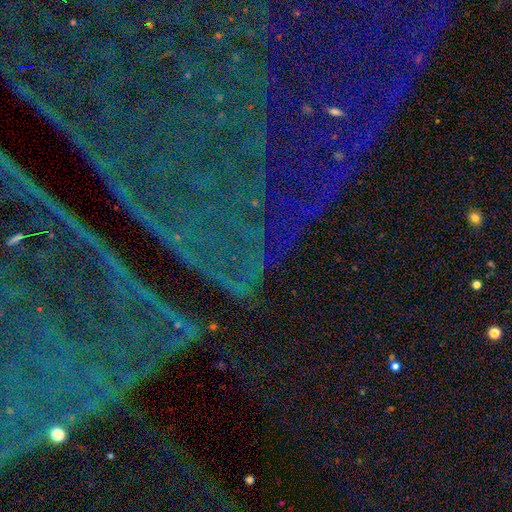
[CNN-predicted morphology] This appears to be a star or artifact, not a galaxy (83%).